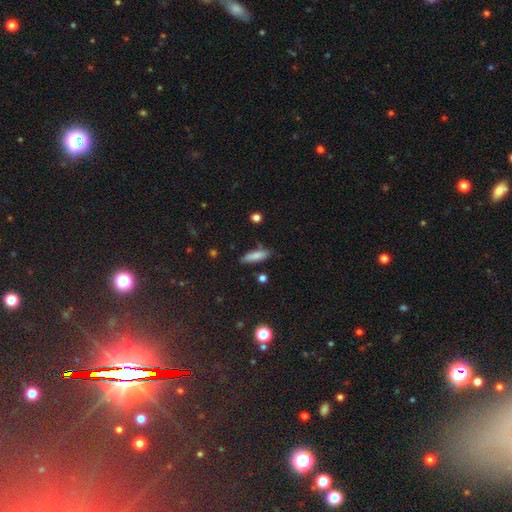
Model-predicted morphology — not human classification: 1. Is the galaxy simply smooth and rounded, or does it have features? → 81% smooth, 11% featured or disk, 8% star or artifact.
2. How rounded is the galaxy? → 63% cigar-shaped, 35% in between, 2% round.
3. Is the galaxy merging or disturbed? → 79% none, 14% minor disturbance, 4% merger, 3% major disturbance.